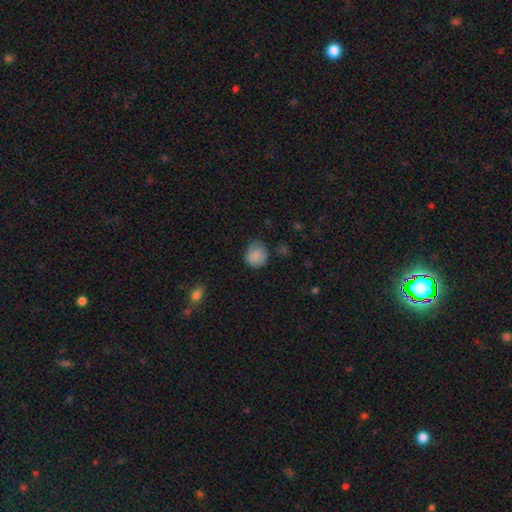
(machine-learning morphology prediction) Overall: smooth (84%). How rounded: round (74%). Merging: none (64%; minor disturbance 27%).